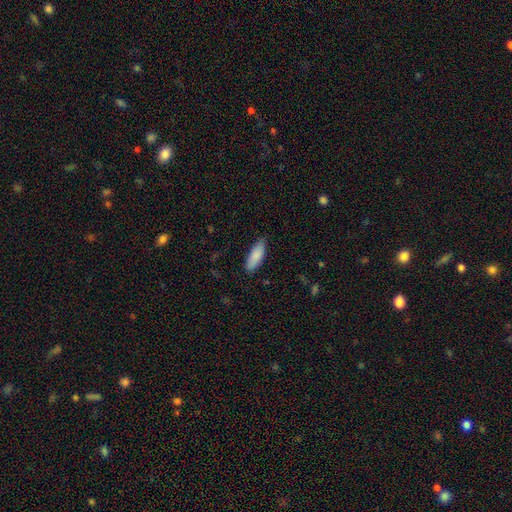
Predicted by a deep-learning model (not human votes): Smooth or featured?
  - smooth: 88% *
  - featured or disk: 7%
  - star or artifact: 6%
How rounded?
  - in between: 68% *
  - cigar-shaped: 31%
  - round: 2%
Merging?
  - none: 81% *
  - minor disturbance: 15%
  - major disturbance: 2%
  - merger: 1%